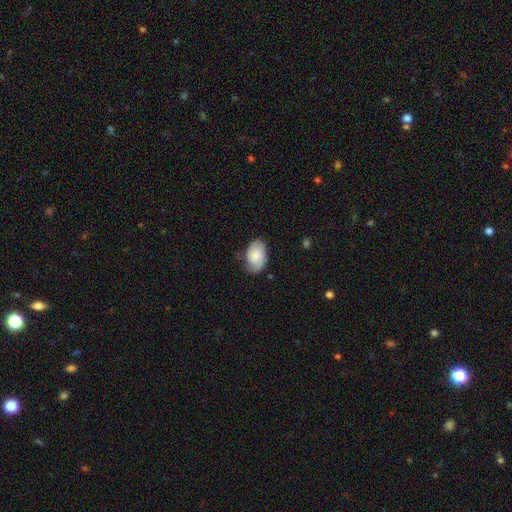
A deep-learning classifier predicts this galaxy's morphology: Q: Smooth or featured?
A: smooth (64%); runner-up: featured or disk (29%)
Q: How rounded?
A: in between (87%); runner-up: round (12%)
Q: Merging?
A: none (60%); runner-up: minor disturbance (29%)